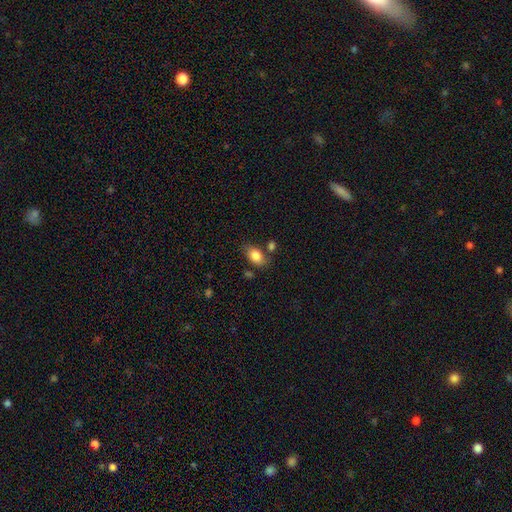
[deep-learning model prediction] Smooth or featured?
  - smooth: 84% *
  - featured or disk: 8%
  - star or artifact: 8%
How rounded?
  - in between: 88% *
  - round: 10%
  - cigar-shaped: 2%
Merging?
  - none: 71% *
  - minor disturbance: 15%
  - merger: 10%
  - major disturbance: 4%